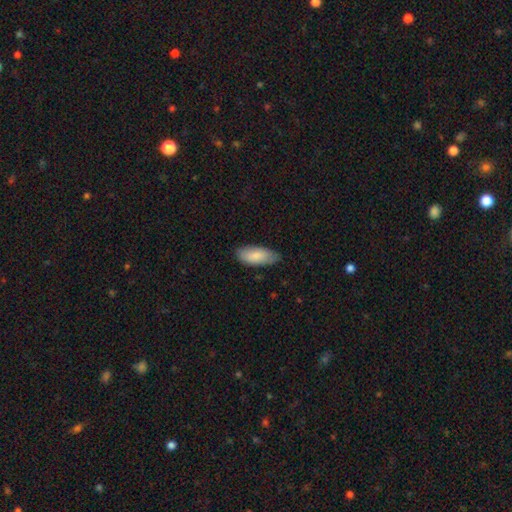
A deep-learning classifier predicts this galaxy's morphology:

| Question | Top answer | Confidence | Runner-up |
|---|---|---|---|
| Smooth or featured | smooth | 85% | featured or disk (9%) |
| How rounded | in between | 84% | cigar-shaped (14%) |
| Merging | none | 78% | minor disturbance (18%) |